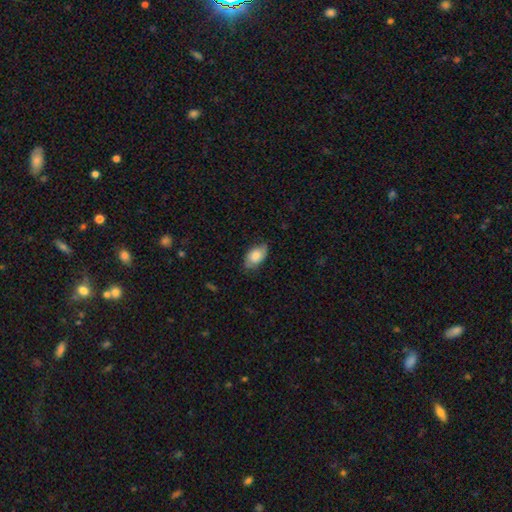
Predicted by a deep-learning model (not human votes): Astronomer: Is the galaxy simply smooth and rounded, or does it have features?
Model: smooth — 73%.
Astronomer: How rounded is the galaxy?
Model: in between — 93%.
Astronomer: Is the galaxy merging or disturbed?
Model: none — 72%.